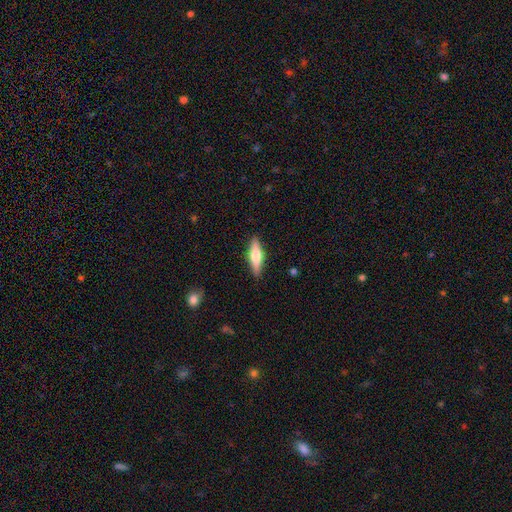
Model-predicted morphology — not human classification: Smooth or featured? Predicted: featured or disk (p=0.48). Merging? Predicted: none (p=0.88).